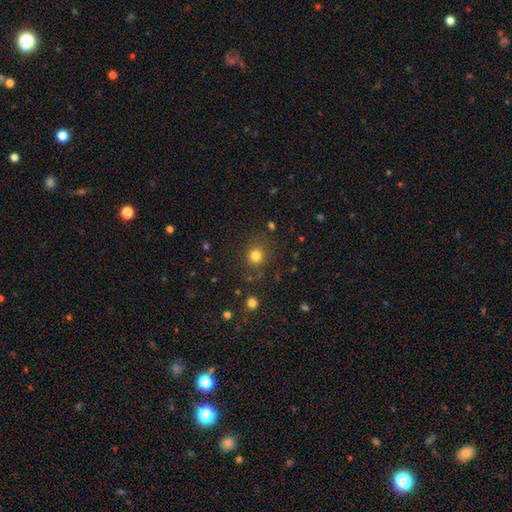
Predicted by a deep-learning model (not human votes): Smooth or featured?
  - smooth: 79% *
  - star or artifact: 15%
  - featured or disk: 6%
How rounded?
  - round: 89% *
  - in between: 10%
  - cigar-shaped: 1%
Merging?
  - none: 83% *
  - minor disturbance: 10%
  - major disturbance: 5%
  - merger: 3%